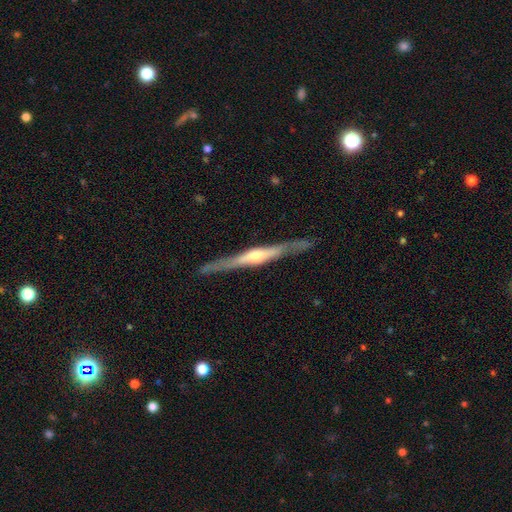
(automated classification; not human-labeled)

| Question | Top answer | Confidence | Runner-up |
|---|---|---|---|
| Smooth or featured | featured or disk | 79% | smooth (16%) |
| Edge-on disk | yes | 96% | no (4%) |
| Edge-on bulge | rounded | 74% | boxy (15%) |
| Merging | none | 87% | minor disturbance (10%) |